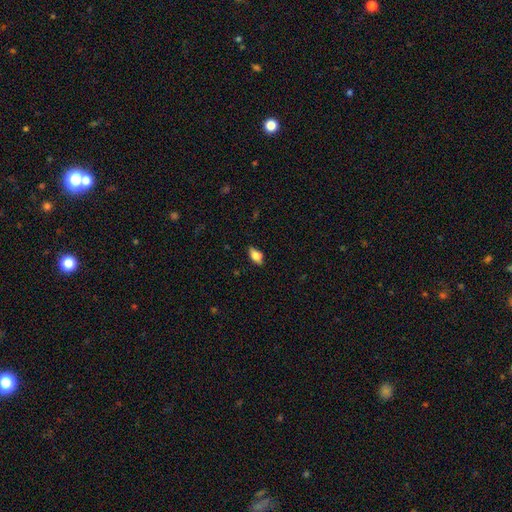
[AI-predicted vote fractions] Smooth or featured? Predicted: smooth (p=0.70). How rounded? Predicted: in between (p=0.86). Merging? Predicted: none (p=0.80).